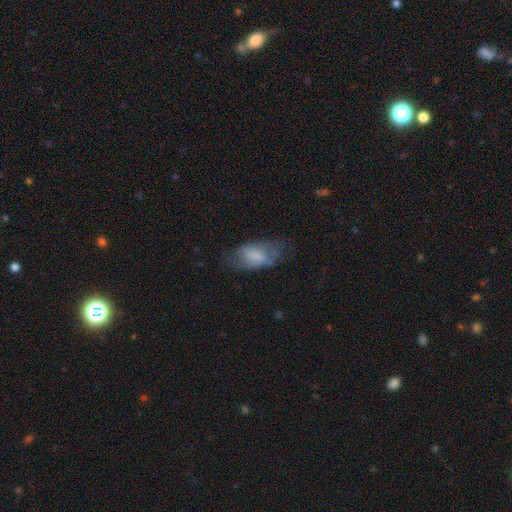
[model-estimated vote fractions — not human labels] This is likely a smooth galaxy (67%). How rounded: clearly in between (90%). Merging: possibly none (48%).